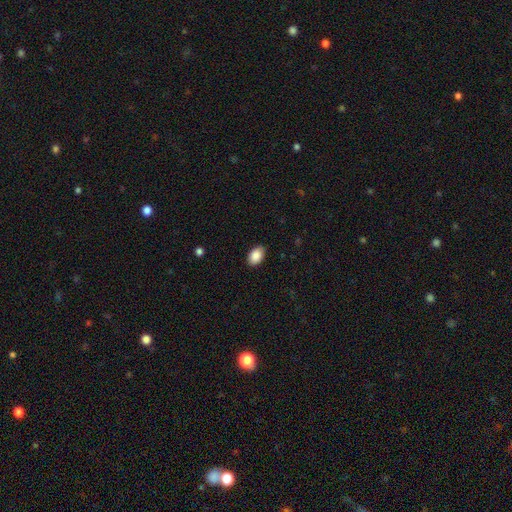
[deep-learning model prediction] Smooth or featured: smooth — 89% (star or artifact — 7%)
How rounded: in between — 90% (round — 9%)
Merging: none — 85% (minor disturbance — 11%)